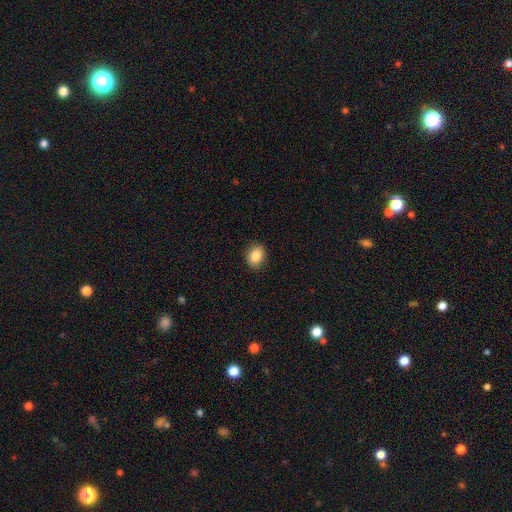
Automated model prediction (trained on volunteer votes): Overall: smooth (87%). How rounded: in between (58%; round 41%). Merging: none (88%).